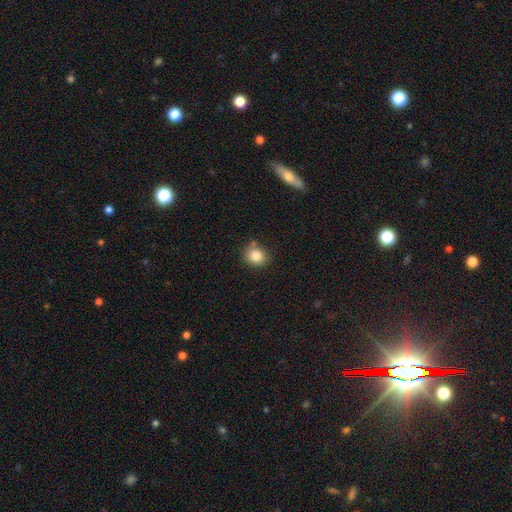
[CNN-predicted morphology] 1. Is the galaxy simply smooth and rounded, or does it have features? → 85% smooth, 10% star or artifact, 5% featured or disk.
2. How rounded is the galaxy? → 76% round, 23% in between, 1% cigar-shaped.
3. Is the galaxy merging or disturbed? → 77% none, 15% minor disturbance, 5% merger, 3% major disturbance.